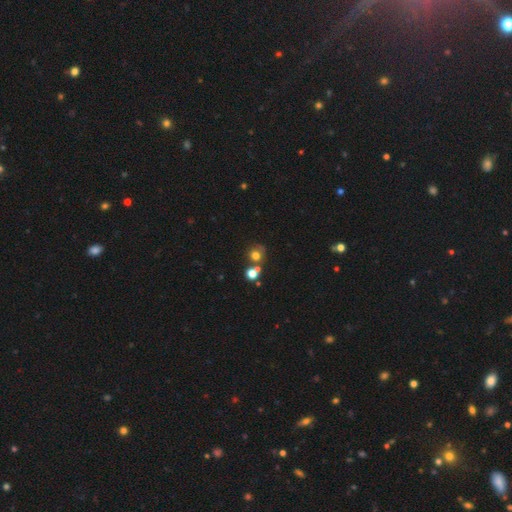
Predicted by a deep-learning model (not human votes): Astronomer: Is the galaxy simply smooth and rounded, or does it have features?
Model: smooth — 68%.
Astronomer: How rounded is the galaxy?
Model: round — 83%.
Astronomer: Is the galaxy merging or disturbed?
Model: none — 51% (runner-up: merger, 32%).